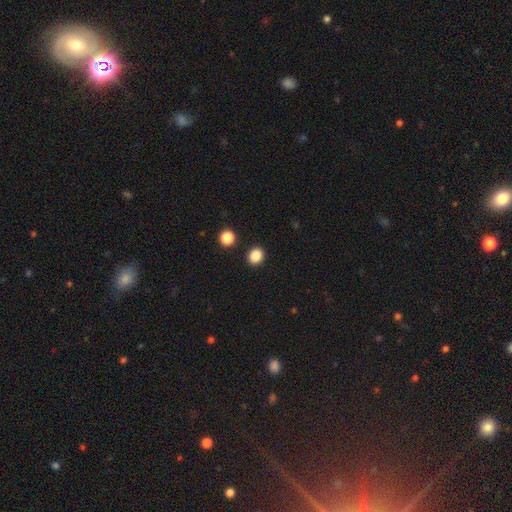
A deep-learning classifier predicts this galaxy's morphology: The model was most divided on "how rounded": round: 71%, in between: 28%, cigar-shaped: 1%. More confident: merging — none (90%); smooth or featured — smooth (86%).